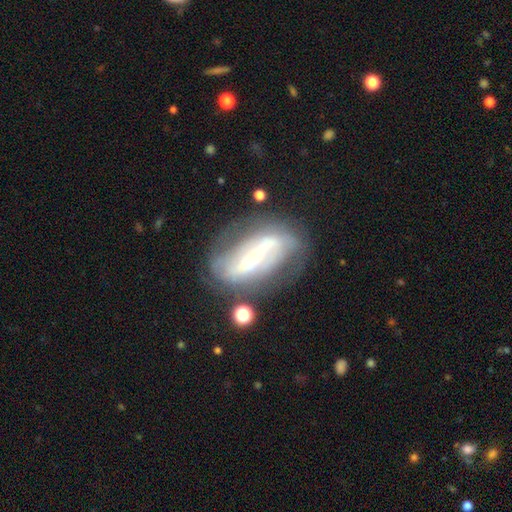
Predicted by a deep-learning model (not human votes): Smooth or featured?
  - featured or disk: 76% *
  - smooth: 16%
  - star or artifact: 8%
Edge-on disk?
  - no: 82% *
  - yes: 18%
Bar?
  - strong: 70% *
  - weak: 19%
  - no: 12%
Spiral arms?
  - yes: 67% *
  - no: 33%
Bulge size?
  - small: 66% *
  - moderate: 25%
  - none: 4%
  - large: 4%
  - dominant: 2%
Merging?
  - none: 65% *
  - minor disturbance: 20%
  - major disturbance: 12%
  - merger: 4%